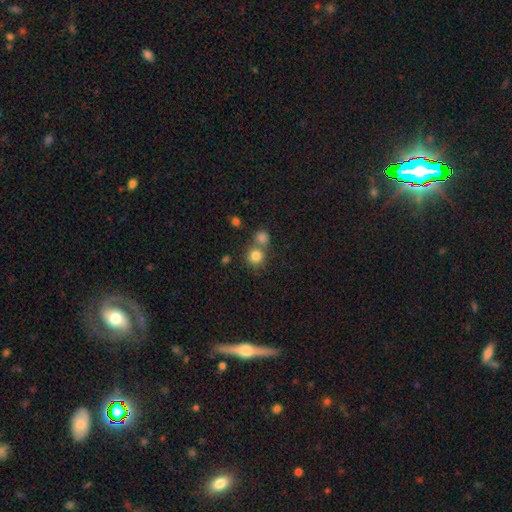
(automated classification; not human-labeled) smooth-or-featured: smooth: 82% | star or artifact: 11% | featured or disk: 6%
  how-rounded: round: 89% | in between: 10% | cigar-shaped: 1%
  merging: none: 59% | merger: 31% | minor disturbance: 8% | major disturbance: 3%